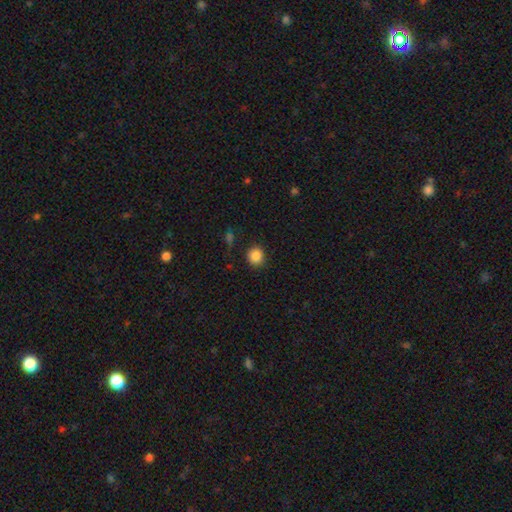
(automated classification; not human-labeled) Smooth or featured?
  - smooth: 86% *
  - star or artifact: 10%
  - featured or disk: 4%
How rounded?
  - round: 85% *
  - in between: 14%
  - cigar-shaped: 1%
Merging?
  - none: 87% *
  - minor disturbance: 8%
  - major disturbance: 3%
  - merger: 2%